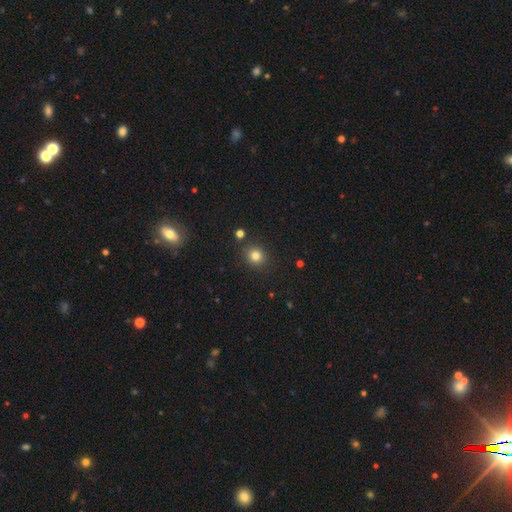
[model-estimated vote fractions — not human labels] smooth-or-featured: smooth: 81% | star or artifact: 13% | featured or disk: 6%
  how-rounded: round: 84% | in between: 15% | cigar-shaped: 1%
  merging: none: 87% | minor disturbance: 8% | merger: 3% | major disturbance: 3%